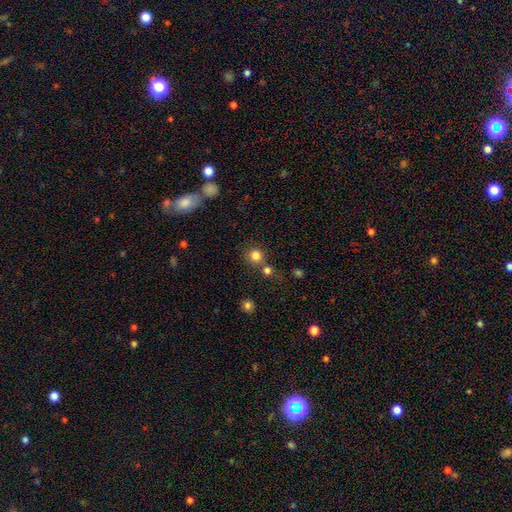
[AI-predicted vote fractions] This is clearly a smooth galaxy (81%). How rounded: clearly round (90%). Merging: likely none (69%).